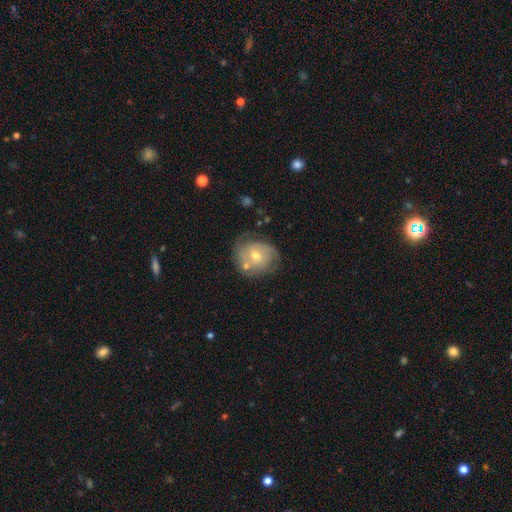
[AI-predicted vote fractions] Overall: featured or disk (64%; smooth 28%). Edge-on disk: no (97%). Bar: no (65%; weak 30%). Spiral arms: yes (81%). Spiral arm count: 2 (51%; can't tell 29%). Spiral winding: tight (56%; medium 31%). Bulge size: moderate (54%; small 42%). Merging: none (61%).